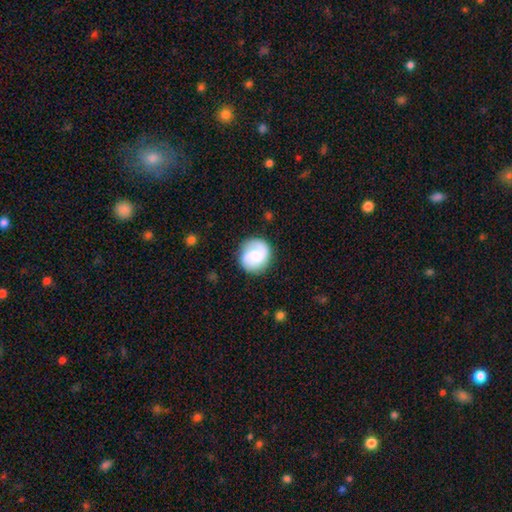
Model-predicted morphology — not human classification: This is likely a featured or disk galaxy (61%). It is clearly not viewed edge-on (98%). Bar: possibly no (49%). Spiral arm pattern: clearly yes (93%). Spiral arm count: likely 2 (77%). Spiral winding: marginally medium (45%). Central bulge: marginally moderate (42%). Merging: clearly none (82%).